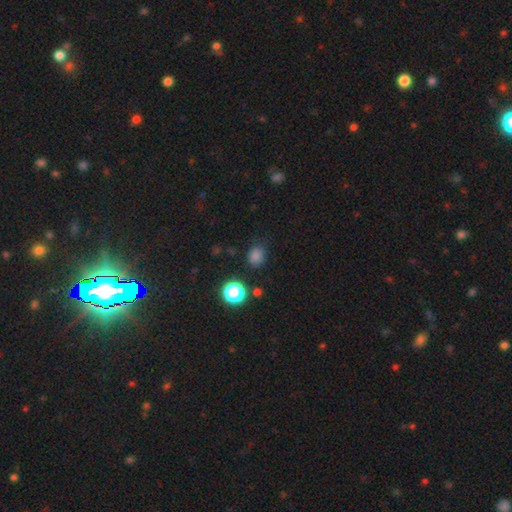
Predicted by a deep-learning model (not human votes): Smooth or featured: smooth — 78% (star or artifact — 18%)
How rounded: round — 73% (in between — 26%)
Merging: none — 83% (minor disturbance — 12%)